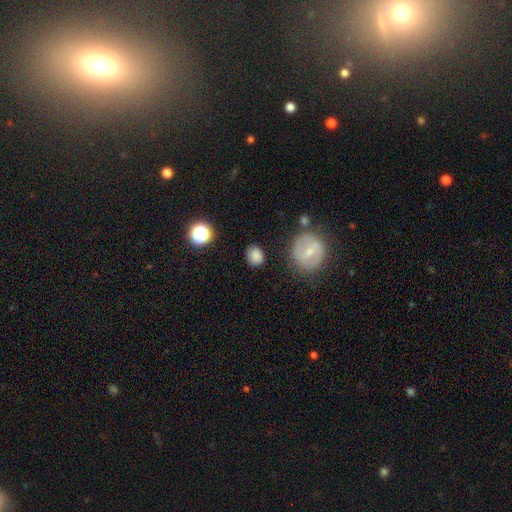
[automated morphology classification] smooth 79%, featured or disk 11%, star or artifact 10%. Down the decision tree: how rounded — round (59%); merging — none (77%).